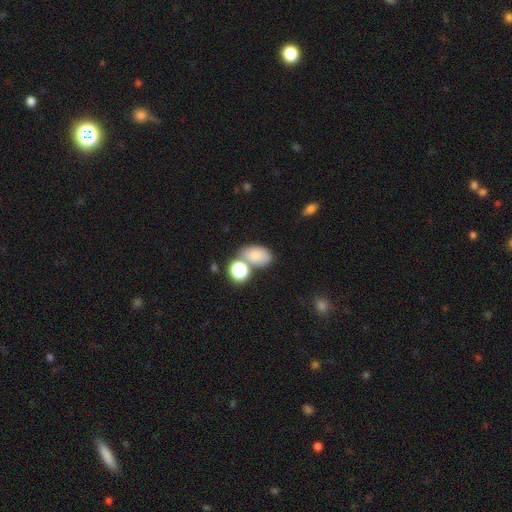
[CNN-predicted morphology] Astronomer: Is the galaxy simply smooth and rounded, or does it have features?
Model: smooth — 79%.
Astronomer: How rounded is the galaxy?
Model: in between — 83%.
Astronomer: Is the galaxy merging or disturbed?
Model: none — 56%.